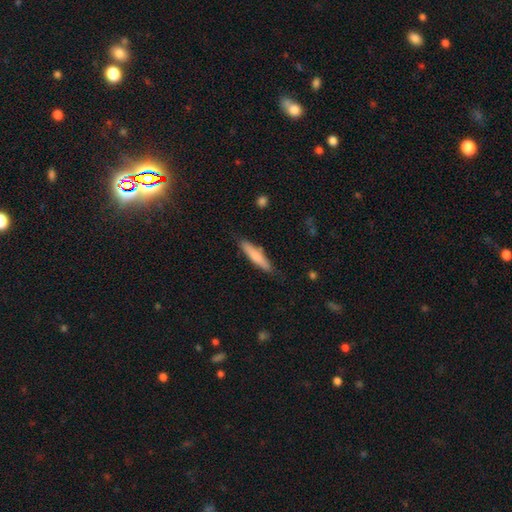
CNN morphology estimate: Q: Smooth or featured?
A: smooth (72%); runner-up: featured or disk (22%)
Q: How rounded?
A: cigar-shaped (87%); runner-up: in between (12%)
Q: Merging?
A: none (83%); runner-up: minor disturbance (13%)